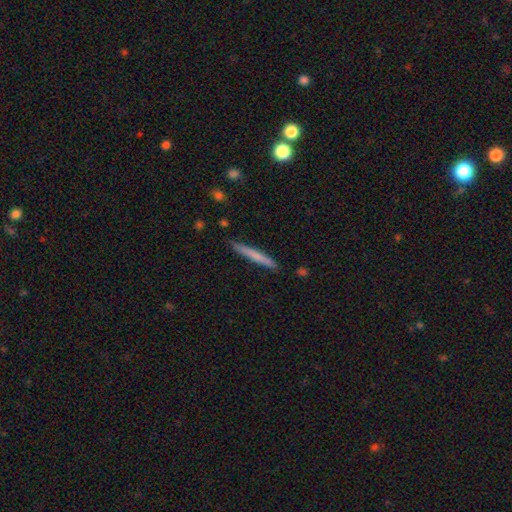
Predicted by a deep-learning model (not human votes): smooth-or-featured: smooth: 67% | featured or disk: 28% | star or artifact: 6%
  how-rounded: cigar-shaped: 96% | in between: 3% | round: 1%
  merging: none: 87% | minor disturbance: 10% | major disturbance: 2% | merger: 2%